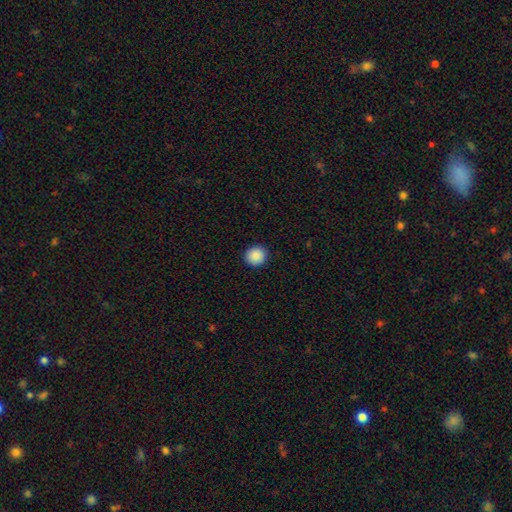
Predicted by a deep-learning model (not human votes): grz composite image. It shows a smooth galaxy with no disk features (89%) that is round (90%). Merging: none (92%).